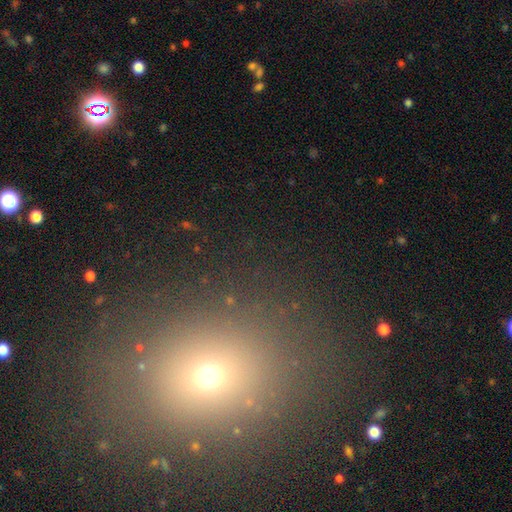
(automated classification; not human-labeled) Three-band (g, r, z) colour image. It shows a smooth galaxy with no disk features (51%) that is round (59%). Merging: none (84%).